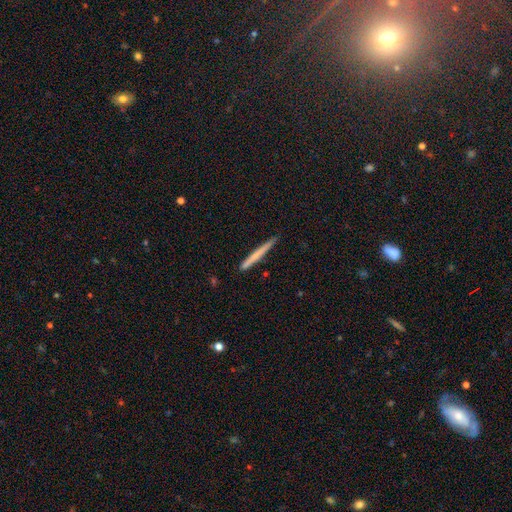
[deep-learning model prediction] Smooth or featured: smooth — 63% (featured or disk — 32%)
How rounded: cigar-shaped — 97% (in between — 2%)
Merging: none — 88% (minor disturbance — 9%)